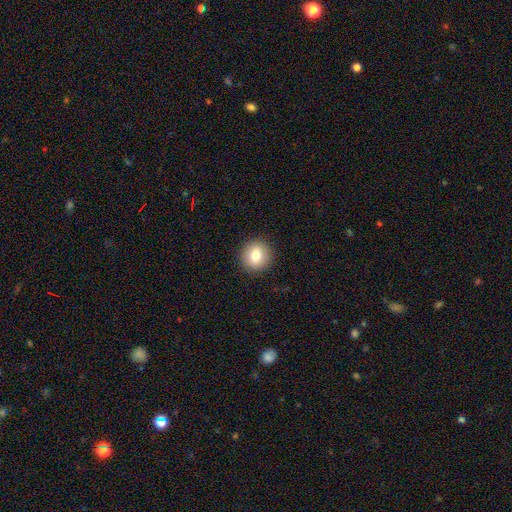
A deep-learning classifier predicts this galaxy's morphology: This appears to be a smooth galaxy with no disk features (77%) that is round (89%). Merging: none (91%).